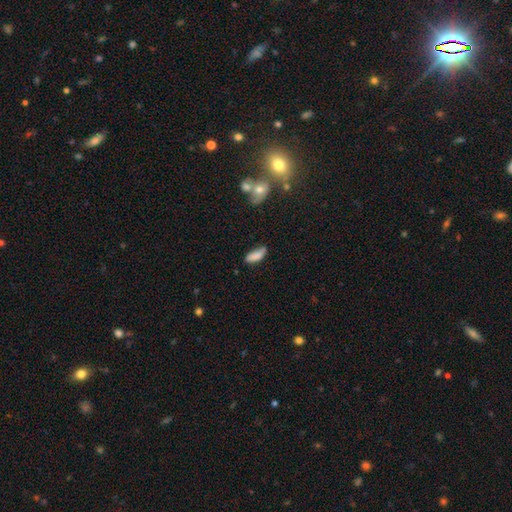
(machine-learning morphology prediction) Smooth or featured: smooth — 83% (featured or disk — 10%)
How rounded: in between — 67% (cigar-shaped — 31%)
Merging: none — 59% (minor disturbance — 29%)